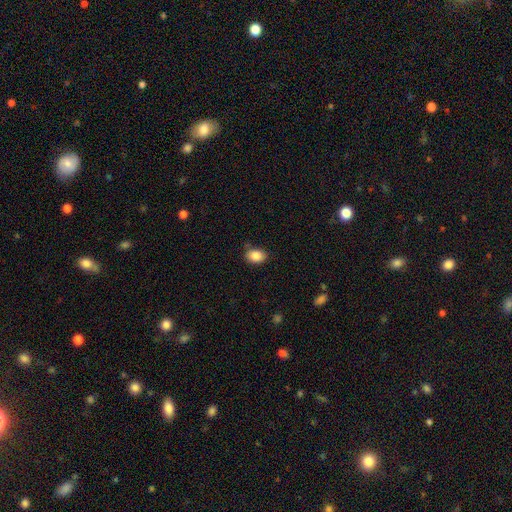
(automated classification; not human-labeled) Smooth or featured: smooth — 87% (star or artifact — 8%)
How rounded: in between — 77% (round — 22%)
Merging: none — 78% (minor disturbance — 16%)